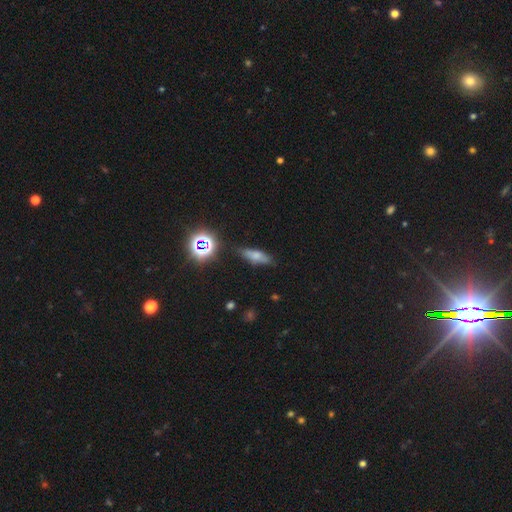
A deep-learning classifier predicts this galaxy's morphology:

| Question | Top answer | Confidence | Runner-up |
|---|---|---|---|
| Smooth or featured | smooth | 60% | featured or disk (23%) |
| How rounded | in between | 50% | cigar-shaped (45%) |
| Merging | none | 74% | minor disturbance (17%) |